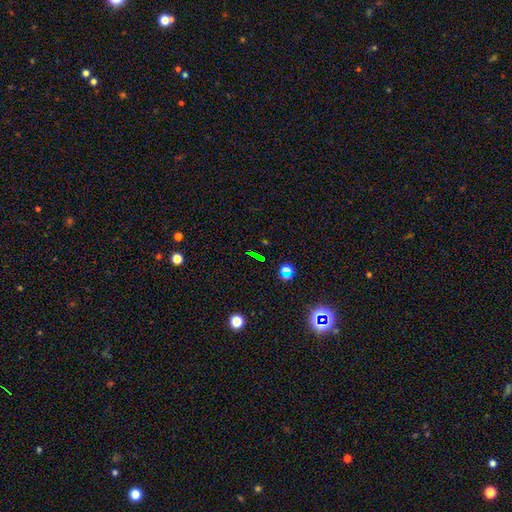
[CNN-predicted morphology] Smooth or featured? star or artifact (68%)